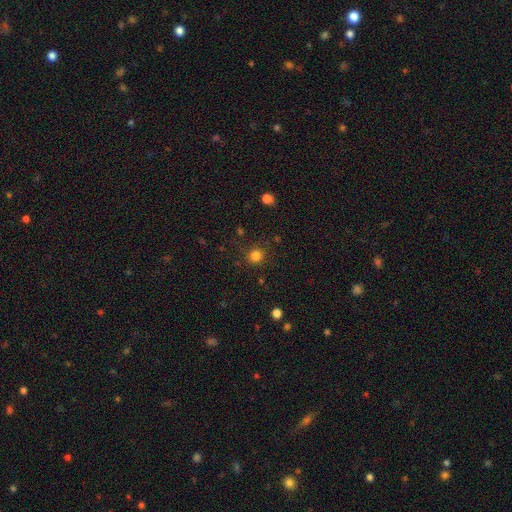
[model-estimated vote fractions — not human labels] smooth 82%, star or artifact 14%, featured or disk 4%. Down the decision tree: how rounded — round (90%); merging — none (85%).